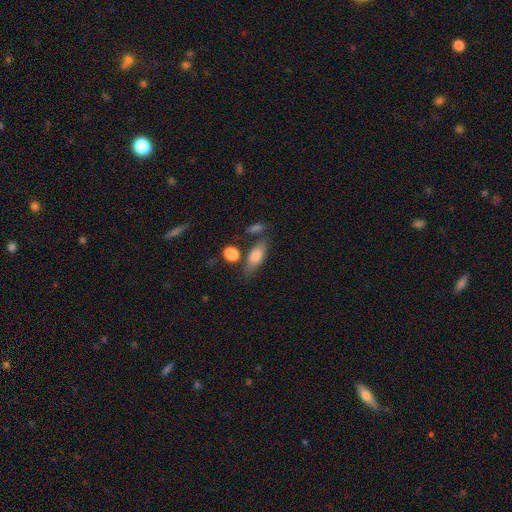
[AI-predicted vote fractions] Smooth or featured? Predicted: smooth (p=0.72). How rounded? Predicted: in between (p=0.73). Merging? Predicted: none (p=0.67).